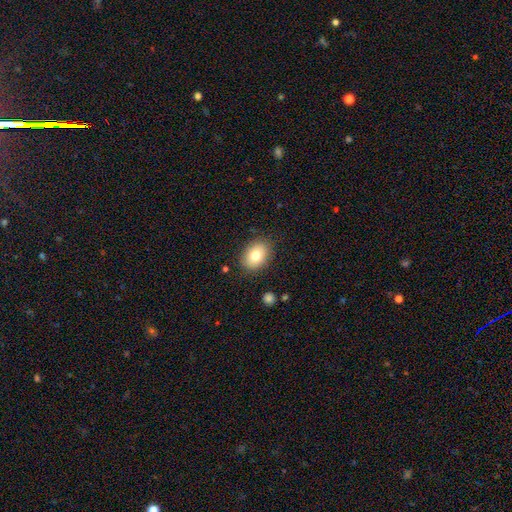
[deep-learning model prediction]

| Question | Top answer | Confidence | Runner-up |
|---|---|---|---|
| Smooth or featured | smooth | 79% | featured or disk (12%) |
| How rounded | in between | 70% | round (29%) |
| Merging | none | 85% | minor disturbance (10%) |